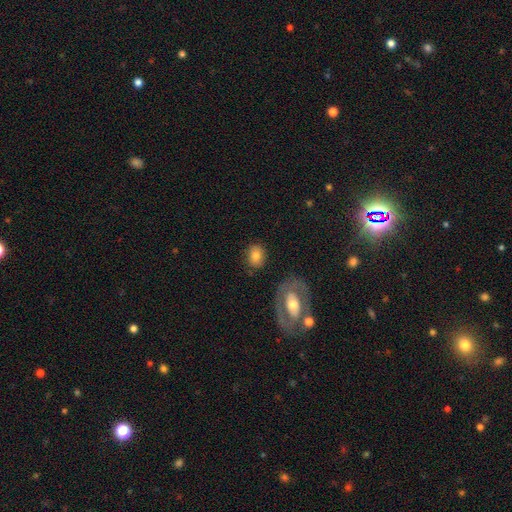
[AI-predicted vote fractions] Q: Smooth or featured?
A: smooth (74%); runner-up: featured or disk (17%)
Q: How rounded?
A: in between (55%); runner-up: round (44%)
Q: Merging?
A: none (82%); runner-up: minor disturbance (11%)